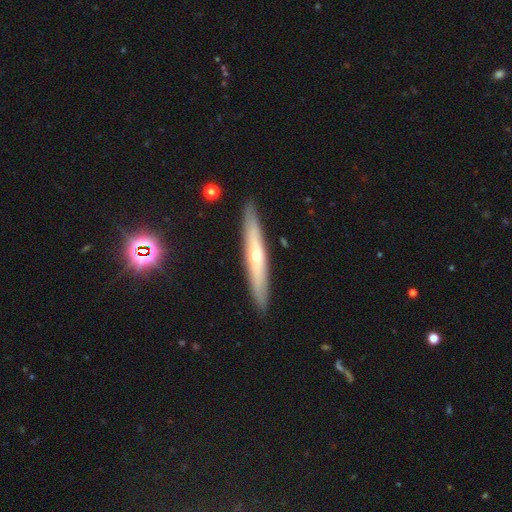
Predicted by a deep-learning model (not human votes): The model was most divided on "smooth or featured": featured or disk: 58%, smooth: 36%, star or artifact: 6%. More confident: merging — none (90%); edge-on disk — yes (89%); edge-on bulge — rounded (73%).